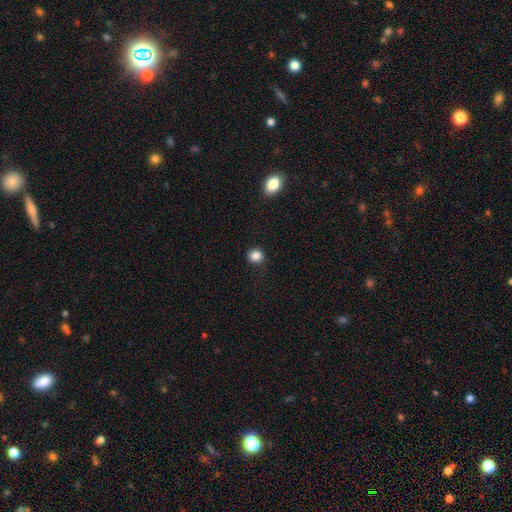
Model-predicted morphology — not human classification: The model was most divided on "smooth or featured": smooth: 85%, star or artifact: 11%, featured or disk: 3%. More confident: how rounded — round (90%); merging — none (87%).